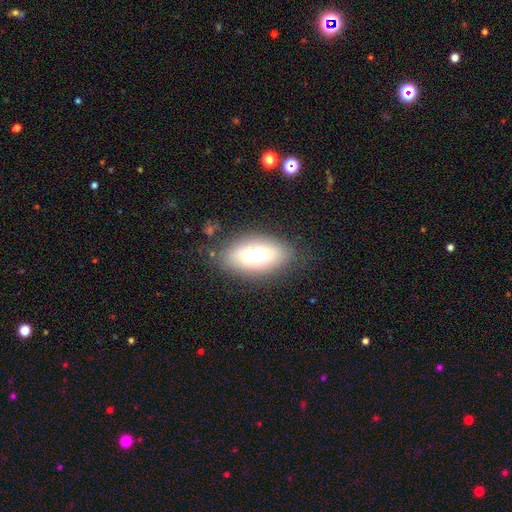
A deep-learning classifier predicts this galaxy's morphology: A smooth galaxy with no disk features (71%) that is in between round and cigar-shaped (89%).

Vote fractions:
- Smooth or featured? smooth: 71% / featured or disk: 20% / star or artifact: 9%
- How rounded? in between: 89% / round: 6% / cigar-shaped: 5%
- Merging? none: 78% / minor disturbance: 14% / major disturbance: 5% / merger: 2%